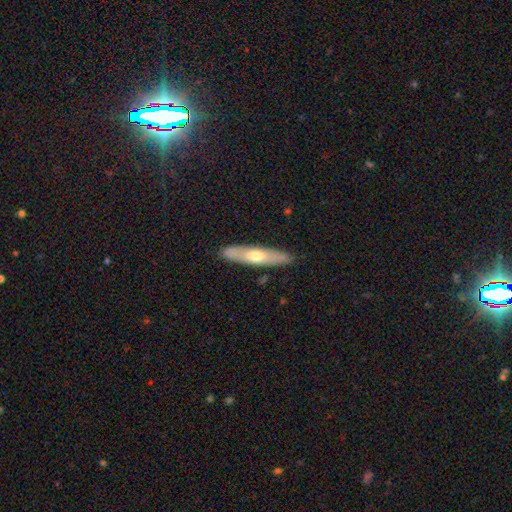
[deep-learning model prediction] Smooth or featured: smooth — 49% (featured or disk — 46%)
Merging: none — 87% (minor disturbance — 10%)